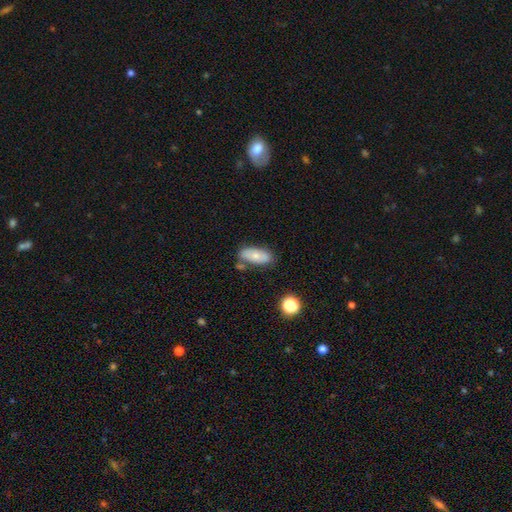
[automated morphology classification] This is likely a smooth galaxy (69%). How rounded: clearly in between (86%). Merging: likely none (66%).